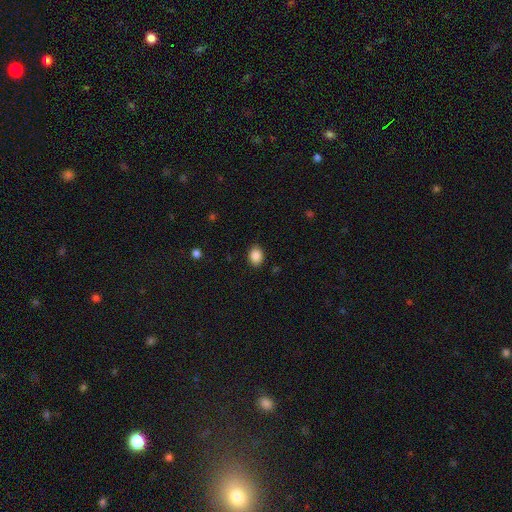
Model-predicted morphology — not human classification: This appears to be a smooth galaxy with no disk features (88%) that is in between round and cigar-shaped (62%). Merging: none (89%).